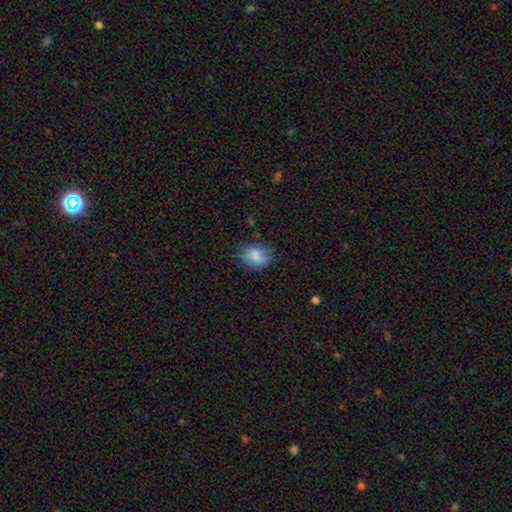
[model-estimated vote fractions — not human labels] smooth_or_featured: smooth (p=0.84) [alt: star or artifact p=0.08]
how_rounded: round (p=0.52) [alt: in between p=0.47]
merging: none (p=0.72) [alt: minor disturbance p=0.21]